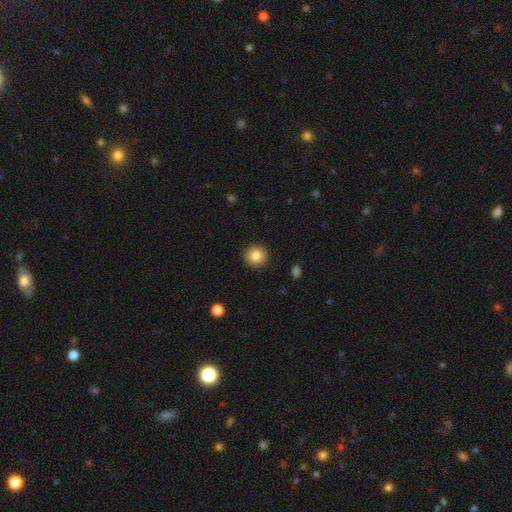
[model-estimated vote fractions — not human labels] smooth-or-featured: smooth: 84% | star or artifact: 9% | featured or disk: 7%
  how-rounded: round: 95% | in between: 4% | cigar-shaped: 1%
  merging: none: 92% | minor disturbance: 5% | major disturbance: 2% | merger: 1%